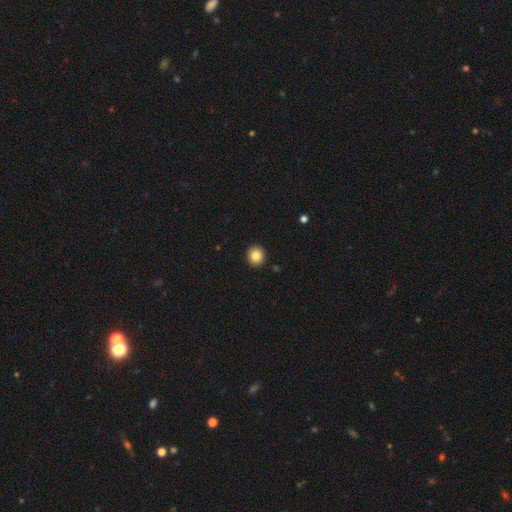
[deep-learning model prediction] smooth 85%, star or artifact 9%, featured or disk 5%. Down the decision tree: how rounded — round (90%); merging — none (93%).